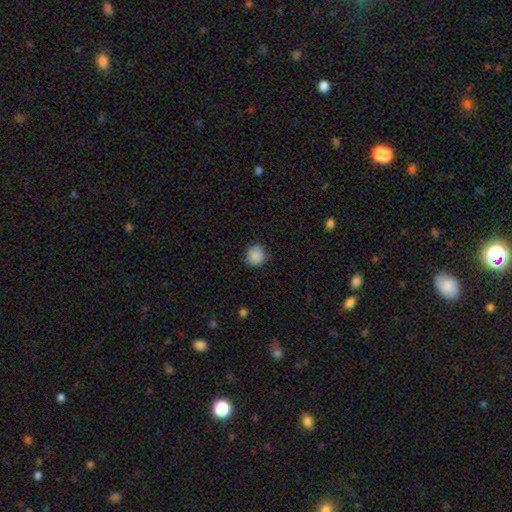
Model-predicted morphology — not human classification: type=smooth (88%); roundness=round (88%); merging=none (81%).